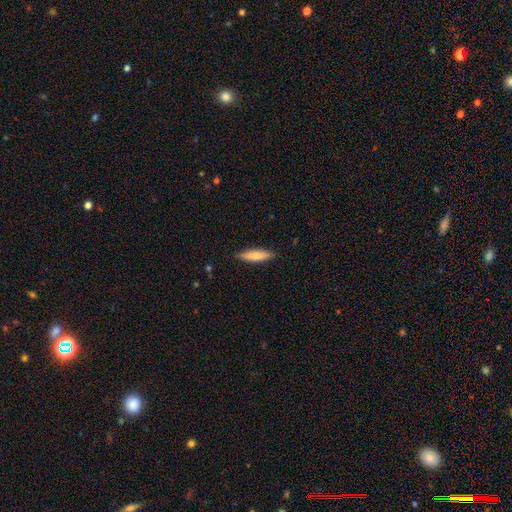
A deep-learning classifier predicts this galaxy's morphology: type=smooth (77%); roundness=cigar-shaped (77%); merging=none (89%).